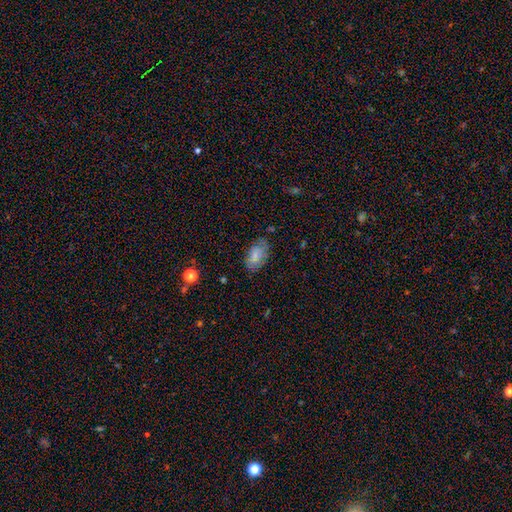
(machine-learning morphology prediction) Overall: smooth (72%). How rounded: in between (92%). Merging: none (69%).